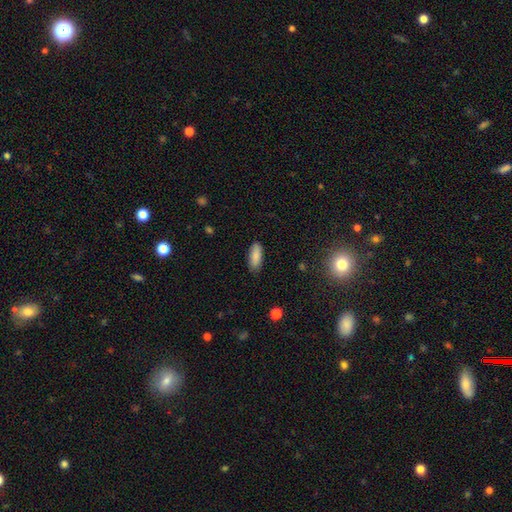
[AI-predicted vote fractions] Q: Smooth or featured?
A: smooth (86%); runner-up: star or artifact (7%)
Q: How rounded?
A: in between (77%); runner-up: cigar-shaped (21%)
Q: Merging?
A: none (84%); runner-up: minor disturbance (13%)